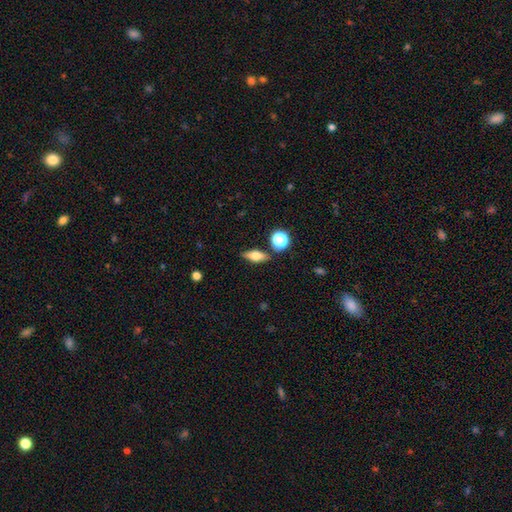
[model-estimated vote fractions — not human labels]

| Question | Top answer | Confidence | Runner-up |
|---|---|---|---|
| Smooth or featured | smooth | 55% | featured or disk (35%) |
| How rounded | in between | 64% | cigar-shaped (26%) |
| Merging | none | 83% | minor disturbance (10%) |